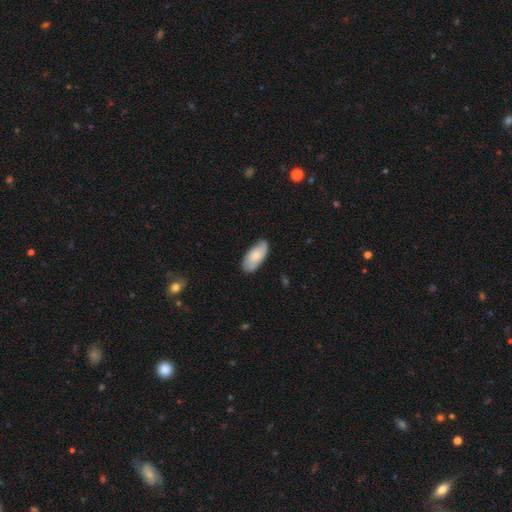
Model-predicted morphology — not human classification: smooth 75%, featured or disk 19%, star or artifact 6%. Down the decision tree: how rounded — in between (91%); merging — none (75%).